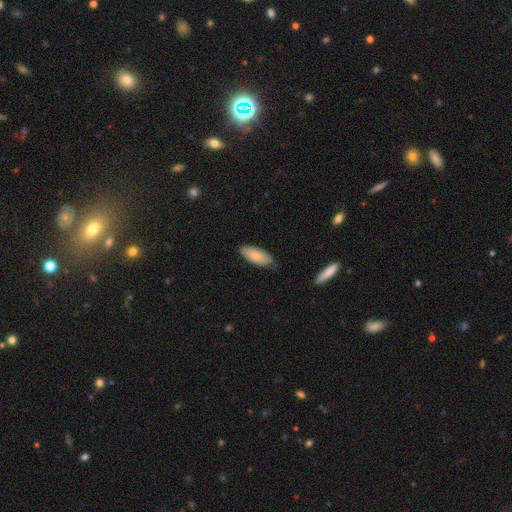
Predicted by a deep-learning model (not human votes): Q: Smooth or featured?
A: smooth (80%); runner-up: featured or disk (14%)
Q: How rounded?
A: in between (84%); runner-up: cigar-shaped (15%)
Q: Merging?
A: none (73%); runner-up: minor disturbance (23%)